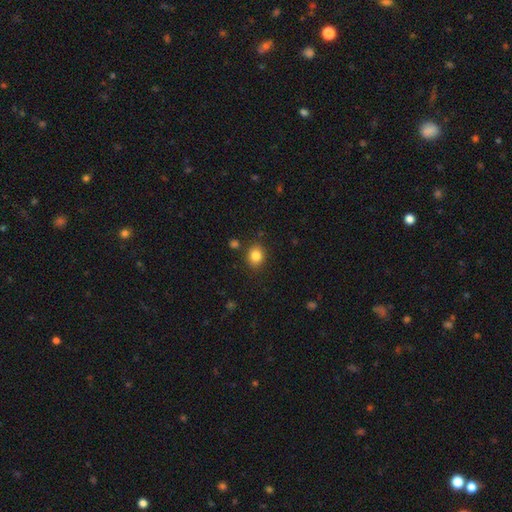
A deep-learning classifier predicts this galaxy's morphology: smooth_or_featured: smooth (p=0.84) [alt: star or artifact p=0.11]
how_rounded: round (p=0.61) [alt: in between p=0.38]
merging: none (p=0.85) [alt: minor disturbance p=0.09]